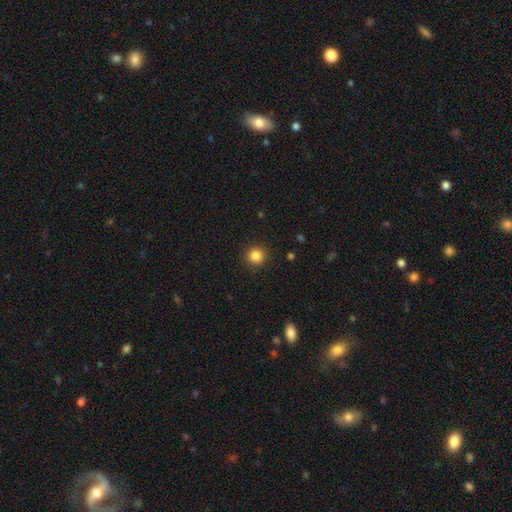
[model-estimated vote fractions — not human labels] Smooth or featured: smooth — 84% (star or artifact — 12%)
How rounded: round — 94% (in between — 5%)
Merging: none — 91% (minor disturbance — 6%)